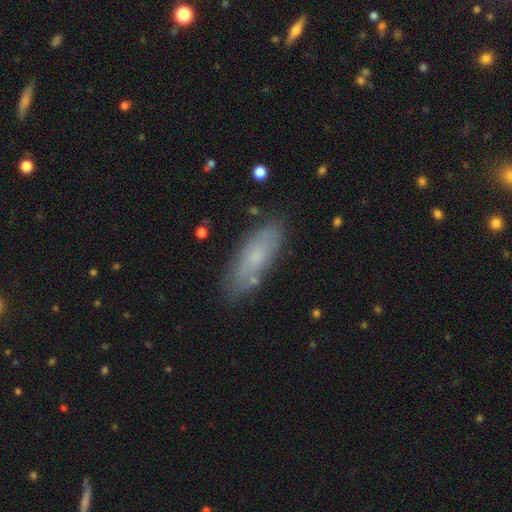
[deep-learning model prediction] Smooth or featured? Predicted: smooth (p=0.65). How rounded? Predicted: in between (p=0.62). Merging? Predicted: none (p=0.79).